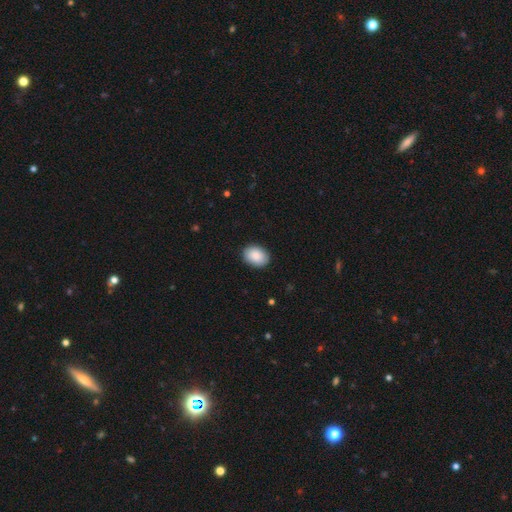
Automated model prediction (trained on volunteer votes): Q: Smooth or featured?
A: smooth (89%); runner-up: star or artifact (6%)
Q: How rounded?
A: in between (76%); runner-up: round (23%)
Q: Merging?
A: none (89%); runner-up: minor disturbance (8%)